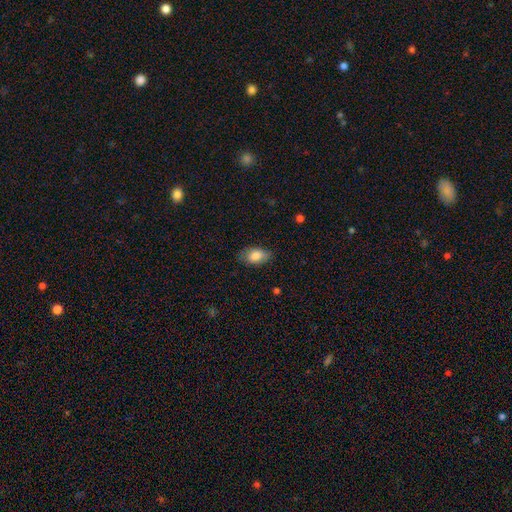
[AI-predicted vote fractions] Smooth or featured?
  - smooth: 82% *
  - featured or disk: 11%
  - star or artifact: 7%
How rounded?
  - in between: 91% *
  - round: 7%
  - cigar-shaped: 2%
Merging?
  - none: 76% *
  - minor disturbance: 19%
  - major disturbance: 4%
  - merger: 1%